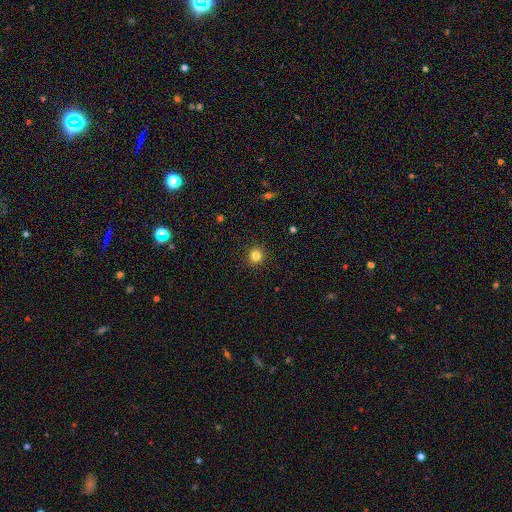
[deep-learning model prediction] A smooth galaxy with no disk features (82%) that is round (92%).

Vote fractions:
- Smooth or featured? smooth: 82% / star or artifact: 13% / featured or disk: 5%
- How rounded? round: 92% / in between: 7% / cigar-shaped: 1%
- Merging? none: 91% / minor disturbance: 6% / major disturbance: 2% / merger: 1%